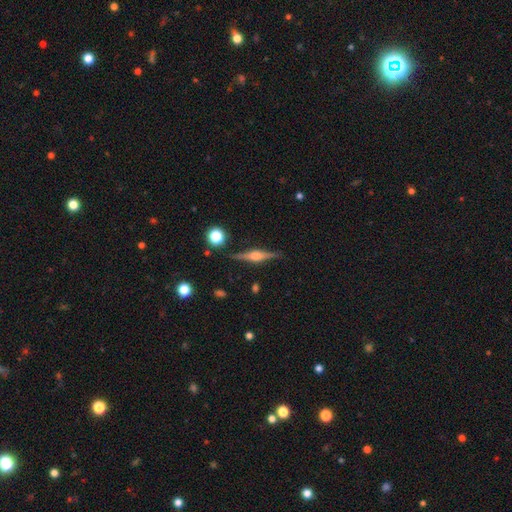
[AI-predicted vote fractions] Smooth or featured? featured or disk (82%)
Edge-on disk? yes (98%)
Edge-on bulge? rounded (90%)
Merging? none (88%)